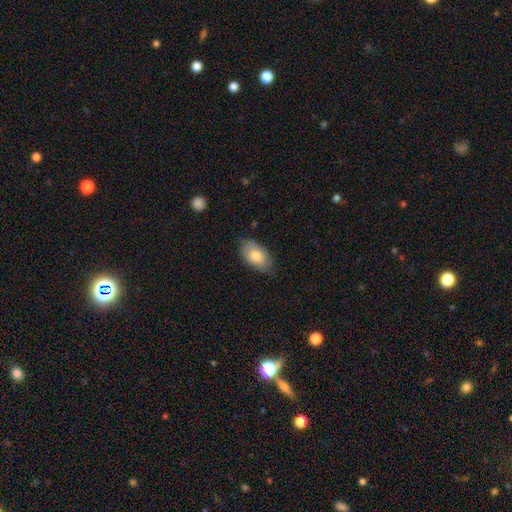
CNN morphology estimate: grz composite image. It shows a smooth galaxy with no disk features (76%) that is in between round and cigar-shaped (93%). Merging: none (72%).